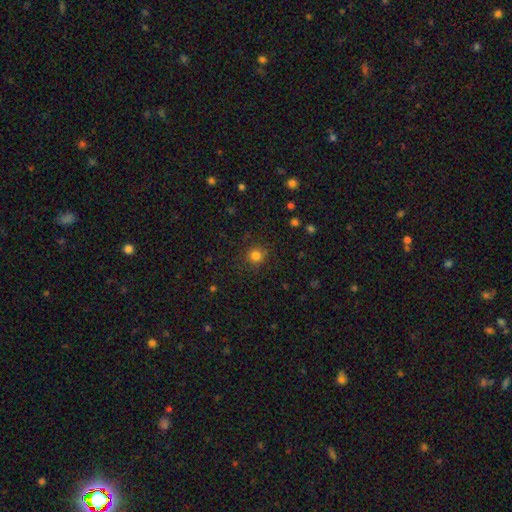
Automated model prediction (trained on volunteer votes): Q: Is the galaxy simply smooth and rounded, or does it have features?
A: smooth — 82%.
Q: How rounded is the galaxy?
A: round — 91%.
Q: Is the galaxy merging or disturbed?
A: none — 86%.